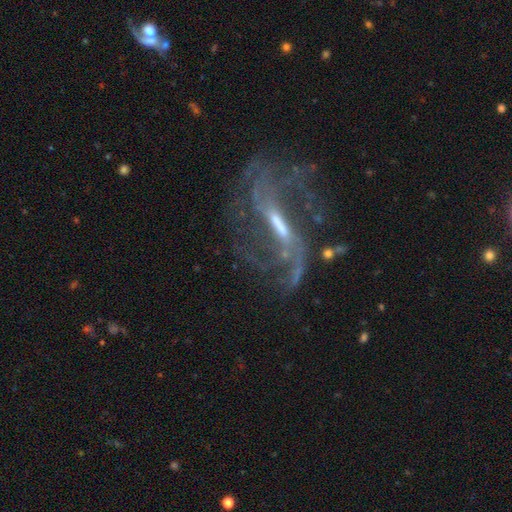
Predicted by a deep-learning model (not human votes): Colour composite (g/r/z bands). It shows a featured or disk galaxy (84%) with a strong bar (46%), 2 (51%) loose (51%) spiral arms (88%) and a small central bulge (49%). Merging: none (56%).